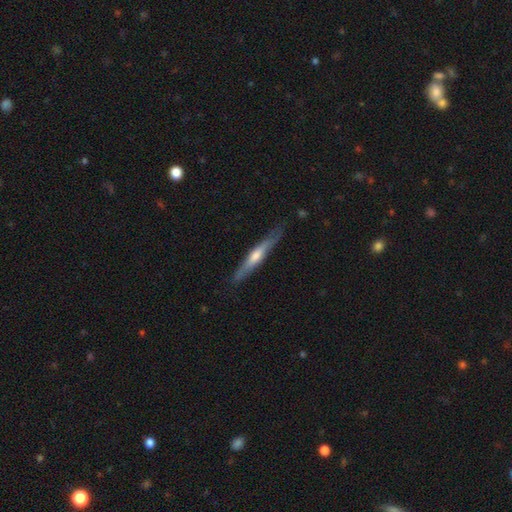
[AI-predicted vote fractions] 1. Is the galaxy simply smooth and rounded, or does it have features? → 61% featured or disk, 34% smooth, 5% star or artifact.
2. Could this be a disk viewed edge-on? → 94% yes, 6% no.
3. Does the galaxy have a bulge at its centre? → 75% rounded, 16% none, 9% boxy.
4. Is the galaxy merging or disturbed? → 82% none, 14% minor disturbance, 3% major disturbance, 1% merger.